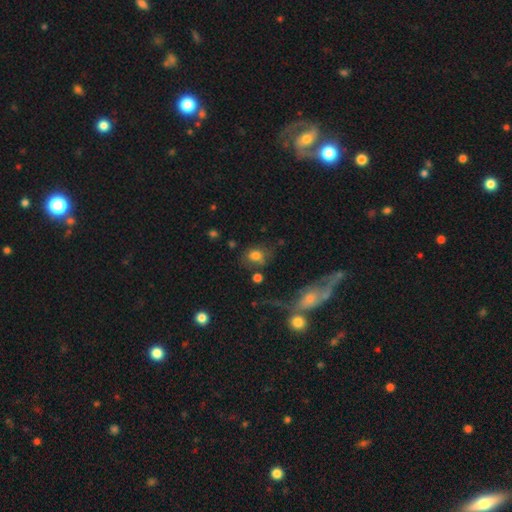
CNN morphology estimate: Smooth or featured? Predicted: smooth (p=0.74). How rounded? Predicted: in between (p=0.52). Merging? Predicted: none (p=0.57).